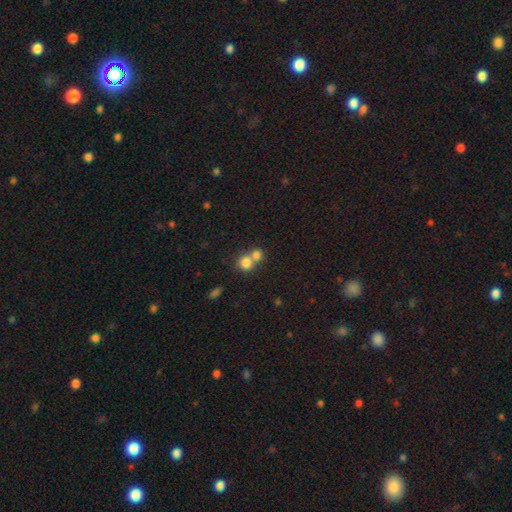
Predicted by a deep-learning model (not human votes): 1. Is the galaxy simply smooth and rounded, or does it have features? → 78% smooth, 12% star or artifact, 10% featured or disk.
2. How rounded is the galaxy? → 83% round, 16% in between, 1% cigar-shaped.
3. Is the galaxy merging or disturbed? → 58% merger, 35% none, 5% minor disturbance, 2% major disturbance.